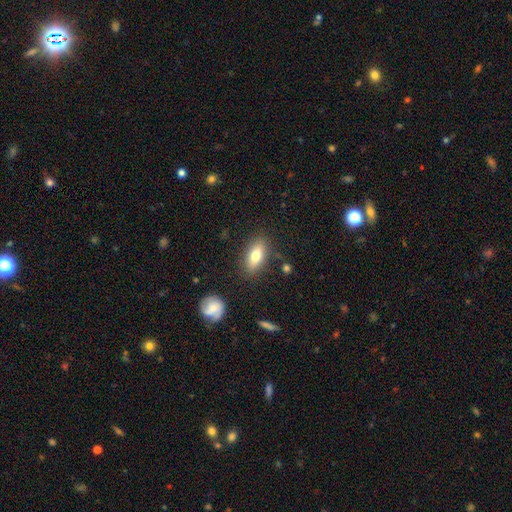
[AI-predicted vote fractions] Smooth or featured?
  - smooth: 71% *
  - featured or disk: 22%
  - star or artifact: 8%
How rounded?
  - in between: 77% *
  - cigar-shaped: 18%
  - round: 4%
Merging?
  - none: 83% *
  - minor disturbance: 11%
  - major disturbance: 3%
  - merger: 3%